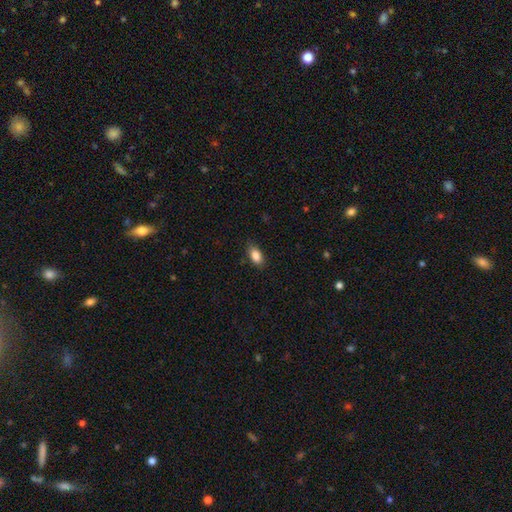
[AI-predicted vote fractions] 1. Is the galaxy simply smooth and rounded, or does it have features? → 87% smooth, 8% star or artifact, 5% featured or disk.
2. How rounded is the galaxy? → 90% in between, 6% round, 4% cigar-shaped.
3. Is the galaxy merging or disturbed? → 84% none, 12% minor disturbance, 3% major disturbance, 1% merger.